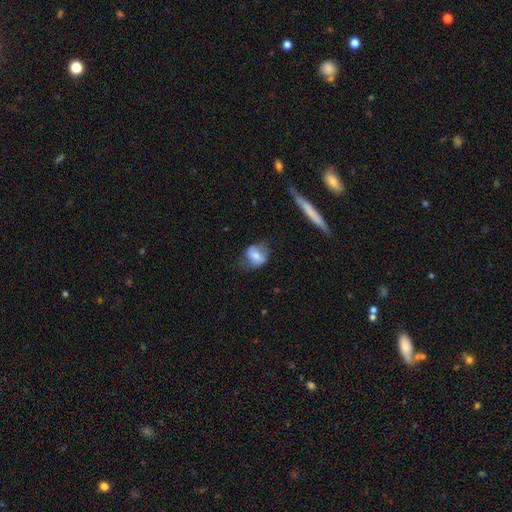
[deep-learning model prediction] Overall: smooth (63%; featured or disk 30%). How rounded: in between (56%; round 41%). Merging: none (57%; minor disturbance 27%).